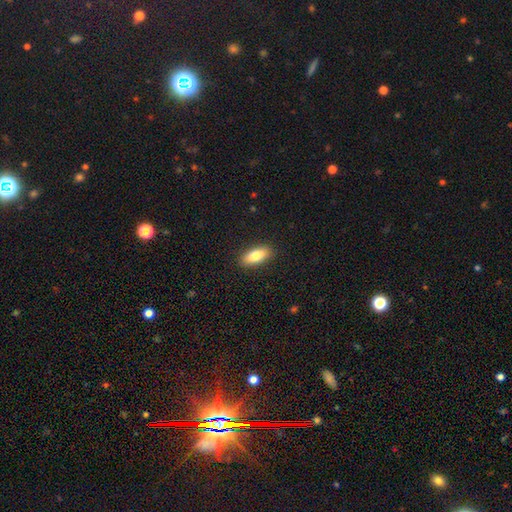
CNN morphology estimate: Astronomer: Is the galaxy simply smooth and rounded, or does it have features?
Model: smooth — 81%.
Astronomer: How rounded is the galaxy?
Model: in between — 79%.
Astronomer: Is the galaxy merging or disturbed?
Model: none — 89%.